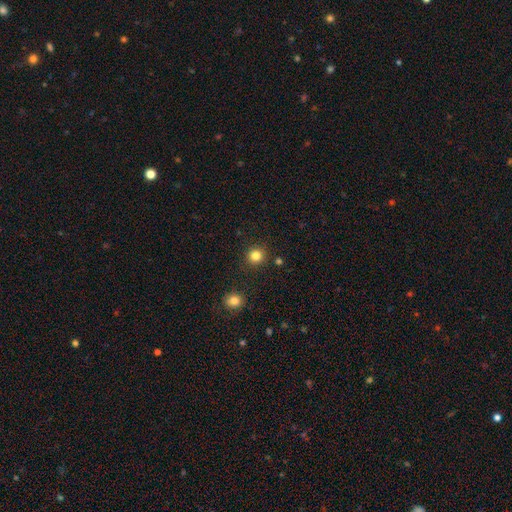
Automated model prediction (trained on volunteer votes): smooth_or_featured: smooth (p=0.83) [alt: star or artifact p=0.13]
how_rounded: round (p=0.92) [alt: in between p=0.07]
merging: none (p=0.90) [alt: minor disturbance p=0.06]